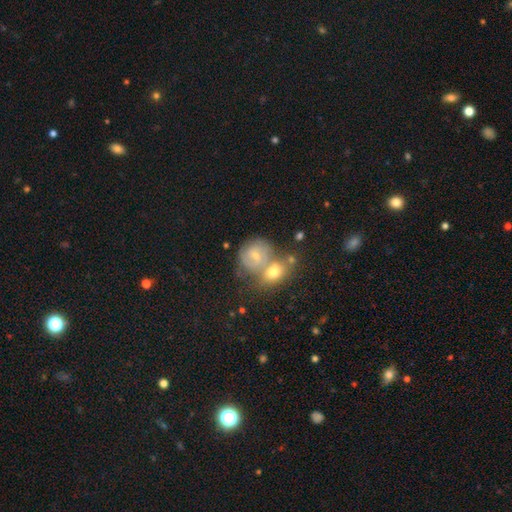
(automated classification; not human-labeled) This is possibly a featured or disk galaxy (51%). It is clearly not viewed edge-on (97%). Merging: marginally merger (44%).